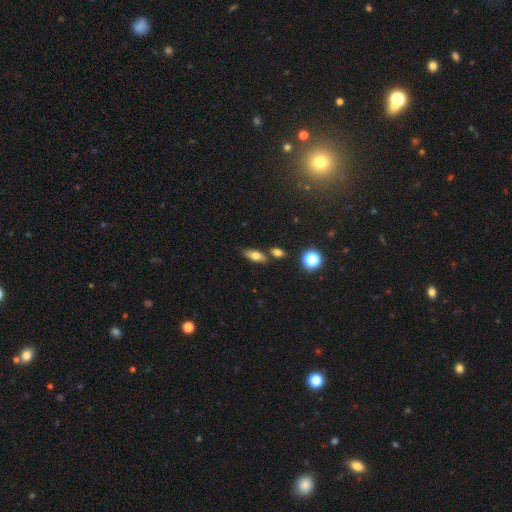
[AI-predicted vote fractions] Smooth or featured? smooth (67%)
How rounded? in between (78%)
Merging? none (72%)